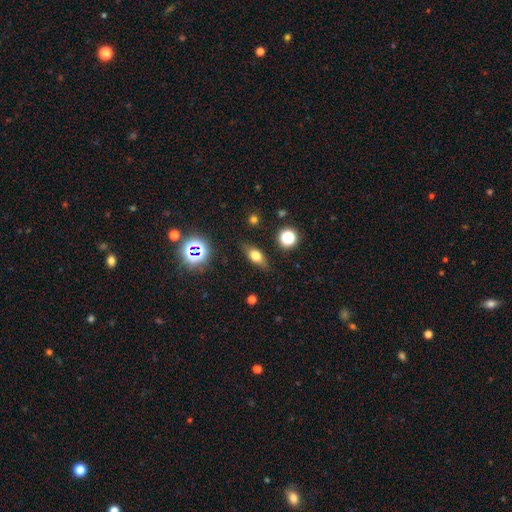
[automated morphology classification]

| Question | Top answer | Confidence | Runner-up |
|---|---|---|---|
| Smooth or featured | smooth | 62% | featured or disk (24%) |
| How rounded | in between | 69% | cigar-shaped (18%) |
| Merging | none | 82% | minor disturbance (13%) |